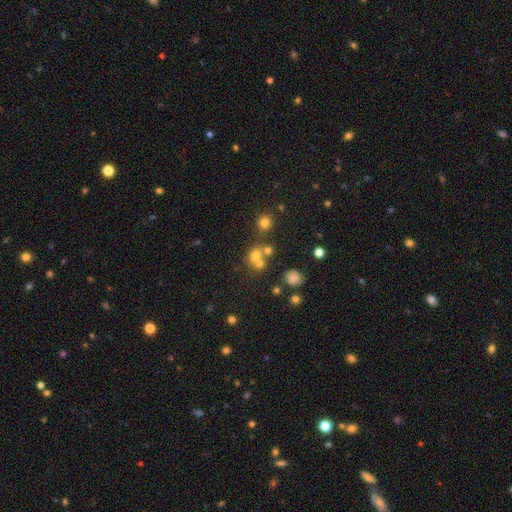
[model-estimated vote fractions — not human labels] Smooth or featured?
  - smooth: 65% *
  - star or artifact: 20%
  - featured or disk: 16%
How rounded?
  - round: 80% *
  - in between: 19%
  - cigar-shaped: 1%
Merging?
  - none: 46% *
  - merger: 40%
  - minor disturbance: 9%
  - major disturbance: 5%